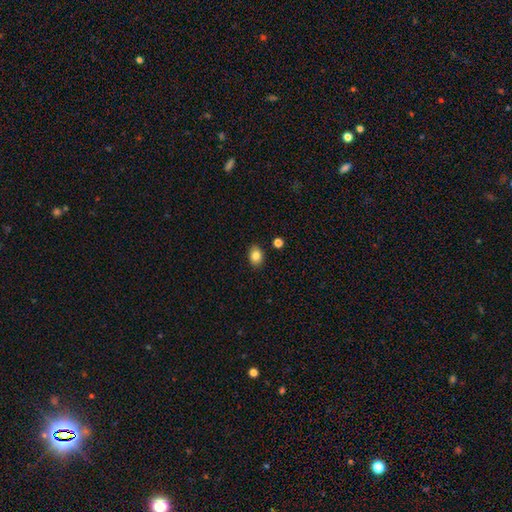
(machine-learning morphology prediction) Smooth or featured: smooth — 84% (star or artifact — 10%)
How rounded: in between — 66% (round — 33%)
Merging: none — 87% (minor disturbance — 8%)